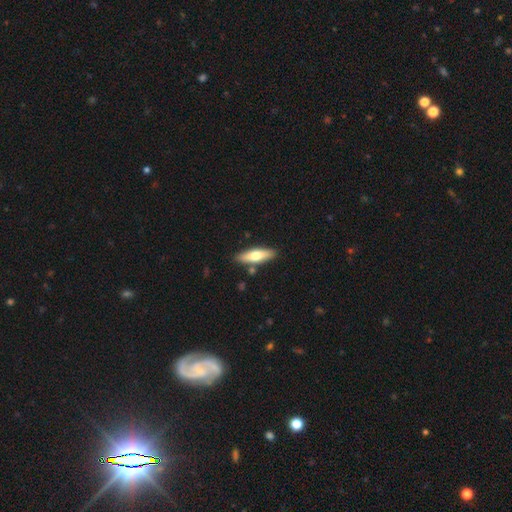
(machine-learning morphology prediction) Smooth or featured? Predicted: smooth (p=0.64). How rounded? Predicted: cigar-shaped (p=0.55). Merging? Predicted: none (p=0.83).